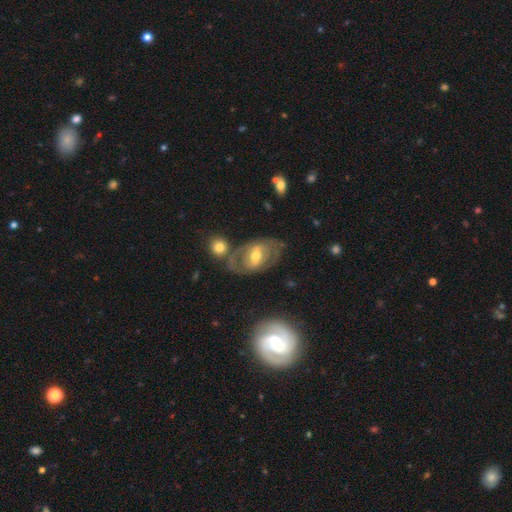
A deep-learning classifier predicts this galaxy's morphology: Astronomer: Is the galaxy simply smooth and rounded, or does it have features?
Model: featured or disk — 65%.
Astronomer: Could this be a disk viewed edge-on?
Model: no — 93%.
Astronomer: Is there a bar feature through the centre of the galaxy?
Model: weak — 43% (runner-up: no, 29%).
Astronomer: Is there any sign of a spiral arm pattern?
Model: yes — 59% (runner-up: no, 41%).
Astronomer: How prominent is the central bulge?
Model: moderate — 70%.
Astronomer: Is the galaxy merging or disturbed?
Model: none — 57%.